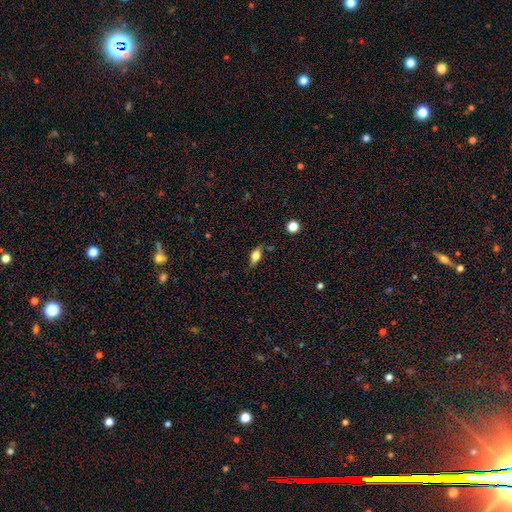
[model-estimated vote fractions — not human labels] Q: Smooth or featured?
A: smooth (73%); runner-up: featured or disk (18%)
Q: How rounded?
A: in between (81%); runner-up: cigar-shaped (11%)
Q: Merging?
A: none (76%); runner-up: minor disturbance (18%)